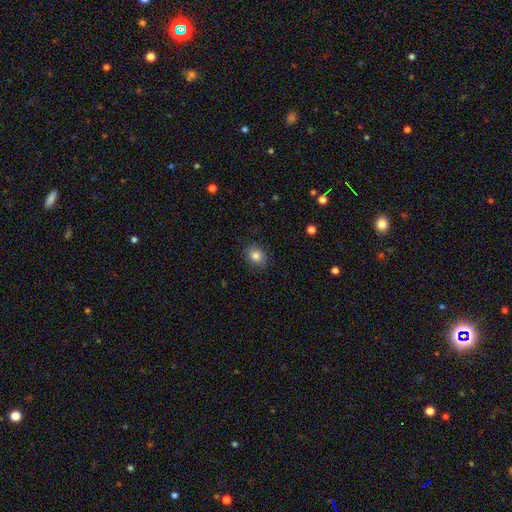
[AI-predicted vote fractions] This is clearly a smooth galaxy (84%). How rounded: likely round (64%). Merging: clearly none (87%).